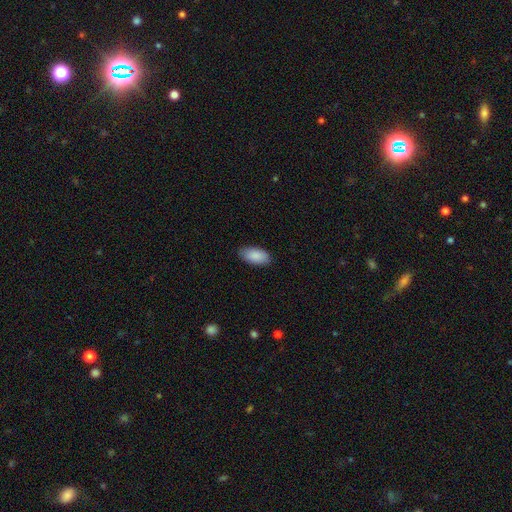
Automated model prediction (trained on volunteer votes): The model was most divided on "merging": none: 86%, minor disturbance: 11%, major disturbance: 2%, merger: 1%. More confident: how rounded — in between (94%); smooth or featured — smooth (90%).